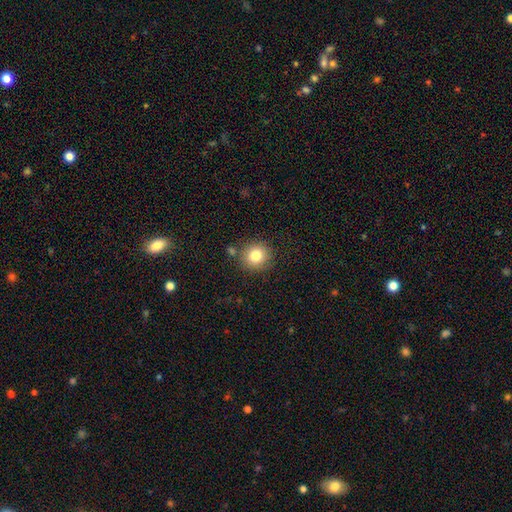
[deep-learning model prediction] Smooth or featured? smooth (80%)
How rounded? round (90%)
Merging? none (83%)